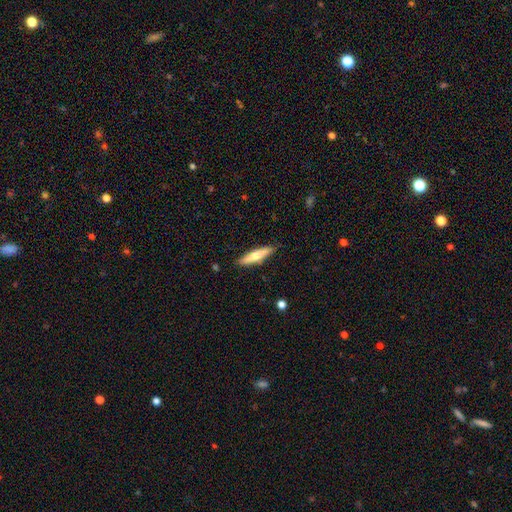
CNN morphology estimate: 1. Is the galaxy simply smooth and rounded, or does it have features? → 62% smooth, 32% featured or disk, 6% star or artifact.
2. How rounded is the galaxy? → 83% cigar-shaped, 16% in between, 2% round.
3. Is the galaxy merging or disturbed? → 88% none, 9% minor disturbance, 2% major disturbance, 1% merger.